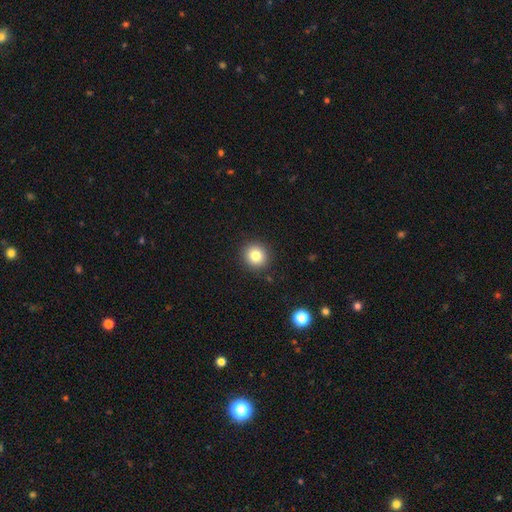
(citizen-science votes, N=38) smooth 87%, star or artifact 8%, featured or disk 5%. Down the decision tree: how rounded — round (85%); merging — none (94%).